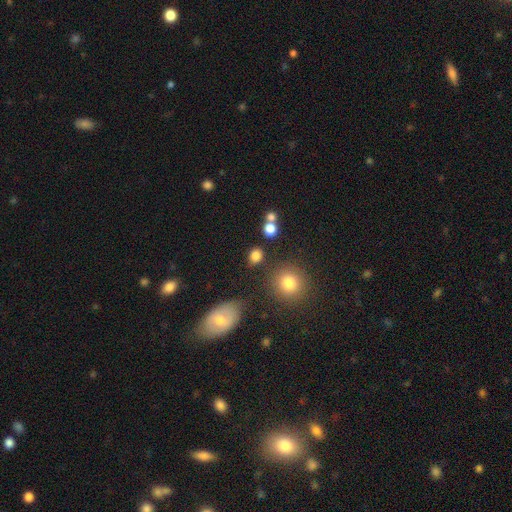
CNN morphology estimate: smooth 82%, star or artifact 12%, featured or disk 6%. Down the decision tree: how rounded — round (63%); merging — none (76%).